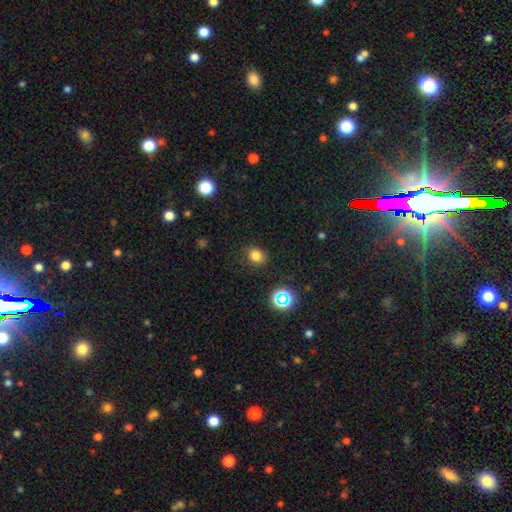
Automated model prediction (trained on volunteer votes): smooth_or_featured: smooth (p=0.78) [alt: star or artifact p=0.16]
how_rounded: round (p=0.61) [alt: in between p=0.38]
merging: none (p=0.83) [alt: minor disturbance p=0.12]